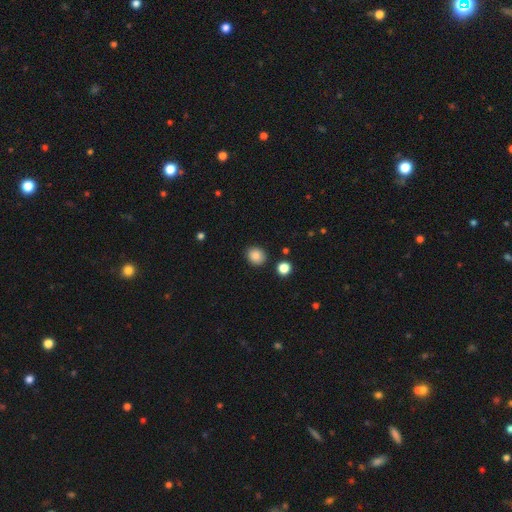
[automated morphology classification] Q: Smooth or featured?
A: smooth (86%); runner-up: star or artifact (10%)
Q: How rounded?
A: round (74%); runner-up: in between (26%)
Q: Merging?
A: none (87%); runner-up: minor disturbance (8%)